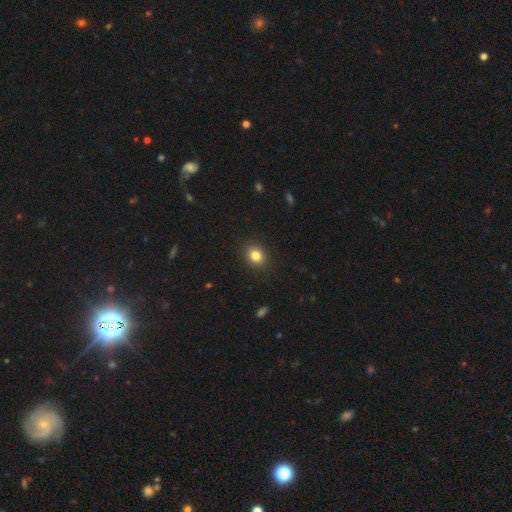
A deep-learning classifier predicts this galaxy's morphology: Smooth or featured: smooth — 83% (star or artifact — 11%)
How rounded: round — 54% (in between — 45%)
Merging: none — 89% (minor disturbance — 8%)